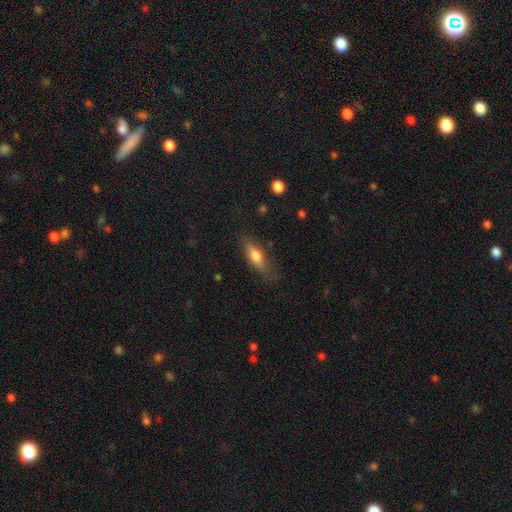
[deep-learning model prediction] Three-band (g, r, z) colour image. It shows a smooth galaxy with no disk features (68%) that is in between round and cigar-shaped (50%). Merging: none (72%).